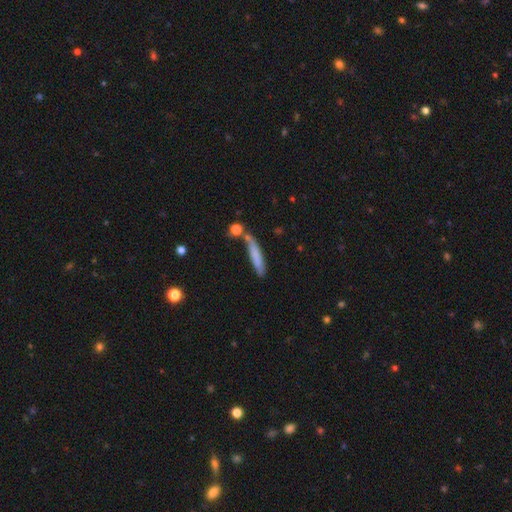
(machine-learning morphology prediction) smooth-or-featured: smooth: 72% | featured or disk: 21% | star or artifact: 7%
  how-rounded: cigar-shaped: 88% | in between: 10% | round: 2%
  merging: none: 63% | minor disturbance: 19% | merger: 12% | major disturbance: 6%